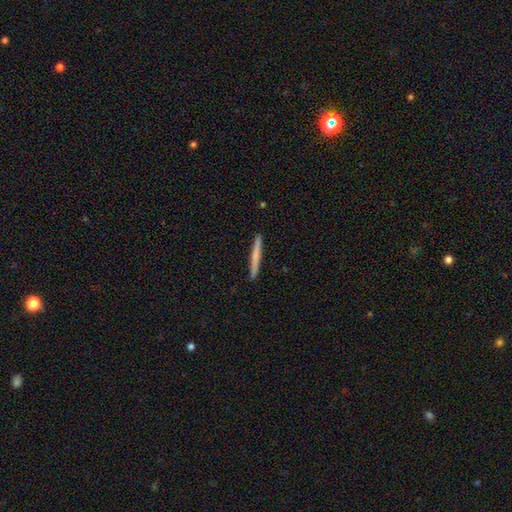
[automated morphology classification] Smooth or featured?
  - smooth: 66% *
  - featured or disk: 29%
  - star or artifact: 5%
How rounded?
  - cigar-shaped: 97% *
  - in between: 2%
  - round: 1%
Merging?
  - none: 93% *
  - minor disturbance: 5%
  - major disturbance: 1%
  - merger: 1%